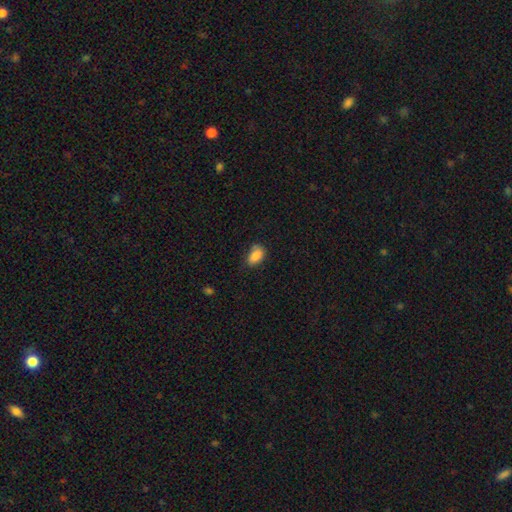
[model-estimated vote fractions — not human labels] smooth_or_featured: smooth (p=0.86) [alt: star or artifact p=0.08]
how_rounded: in between (p=0.90) [alt: round p=0.08]
merging: none (p=0.65) [alt: minor disturbance p=0.26]